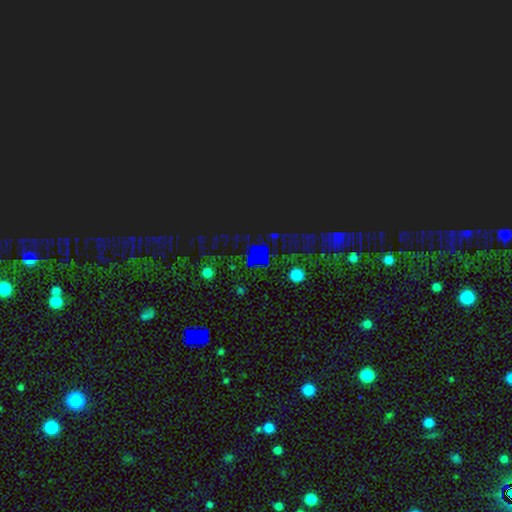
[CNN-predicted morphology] A star or artifact, not a galaxy (82%).

Vote fractions:
- Smooth or featured? star or artifact: 82% / smooth: 11% / featured or disk: 7%